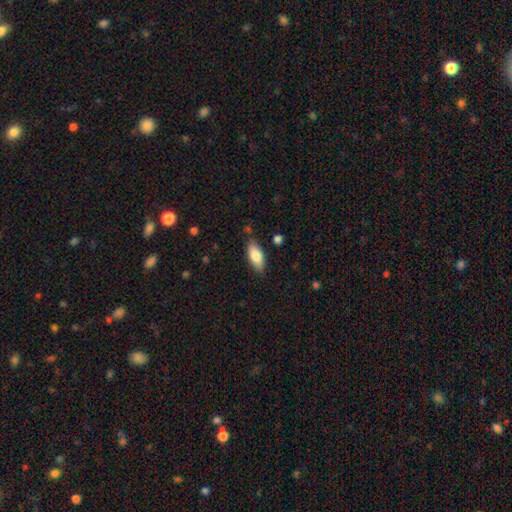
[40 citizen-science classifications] smooth_or_featured: smooth (p=0.90) [alt: featured or disk p=0.05]
how_rounded: in between (p=0.72) [alt: cigar-shaped p=0.28]
merging: none (p=0.89) [alt: minor disturbance p=0.08]